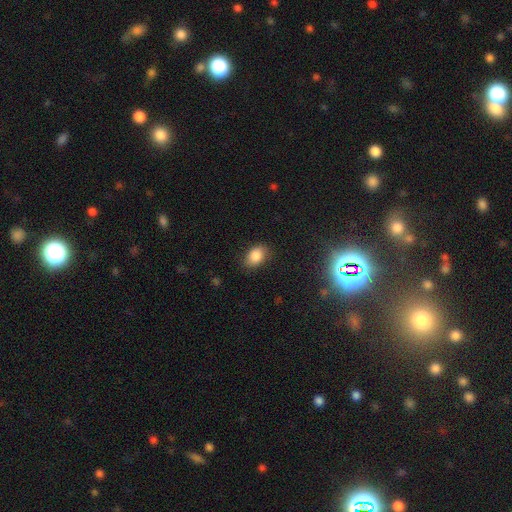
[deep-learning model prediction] A smooth galaxy with no disk features (84%) that is in between round and cigar-shaped (79%).

Vote fractions:
- Smooth or featured? smooth: 84% / star or artifact: 9% / featured or disk: 7%
- How rounded? in between: 79% / round: 20% / cigar-shaped: 1%
- Merging? none: 80% / minor disturbance: 15% / major disturbance: 4% / merger: 1%